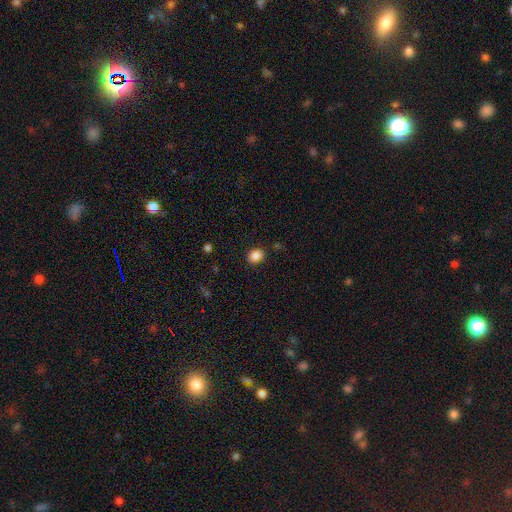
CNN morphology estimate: Smooth or featured: smooth — 87% (star or artifact — 10%)
How rounded: in between — 50% (round — 49%)
Merging: none — 87% (minor disturbance — 9%)